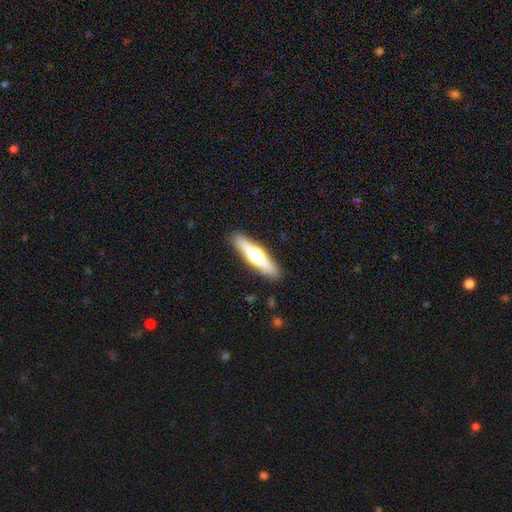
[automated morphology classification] smooth_or_featured: featured or disk (p=0.50) [alt: smooth p=0.45]
merging: none (p=0.90) [alt: minor disturbance p=0.07]